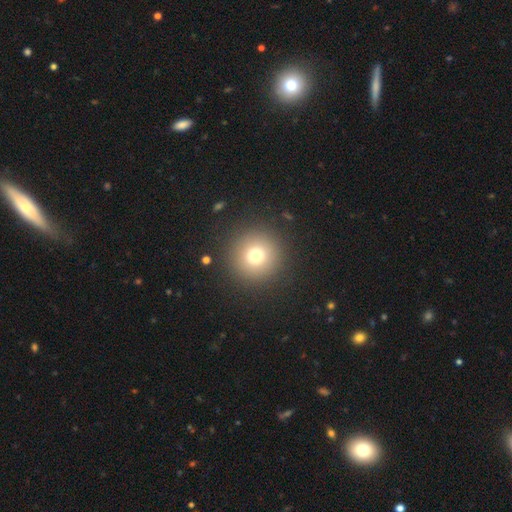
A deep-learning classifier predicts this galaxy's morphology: Smooth or featured? smooth (75%)
How rounded? round (96%)
Merging? none (90%)